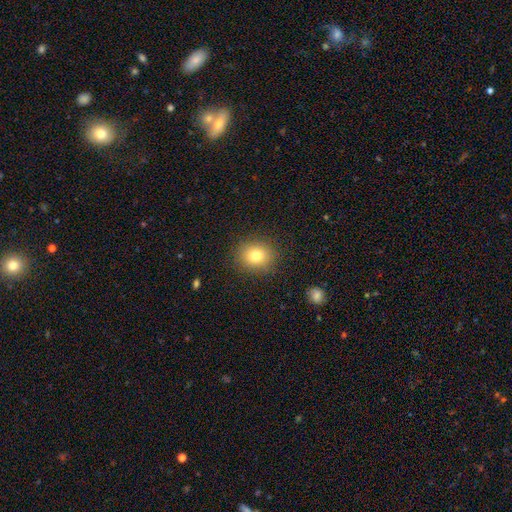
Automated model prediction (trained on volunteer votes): A smooth galaxy with no disk features (78%) that is round (74%).

Vote fractions:
- Smooth or featured? smooth: 78% / star or artifact: 12% / featured or disk: 10%
- How rounded? round: 74% / in between: 25% / cigar-shaped: 1%
- Merging? none: 88% / minor disturbance: 8% / major disturbance: 3% / merger: 1%